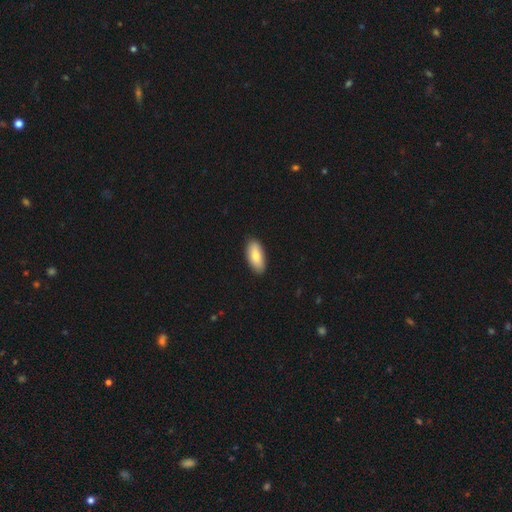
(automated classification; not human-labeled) Smooth or featured? Predicted: smooth (p=0.79). How rounded? Predicted: in between (p=0.88). Merging? Predicted: none (p=0.89).